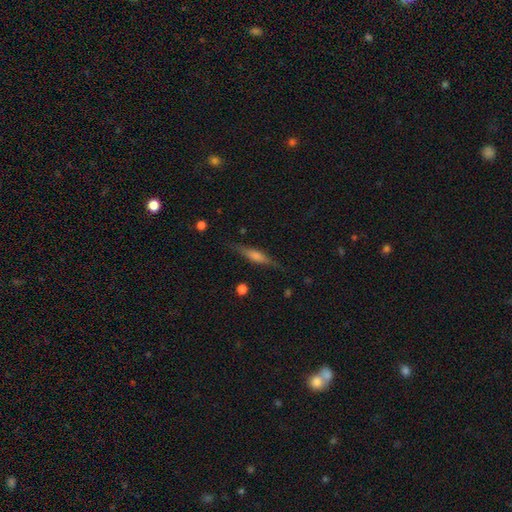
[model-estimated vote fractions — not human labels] featured or disk 62%, smooth 30%, star or artifact 8%. Down the decision tree: edge-on disk — yes (96%); edge-on bulge — rounded (65%); merging — none (86%).